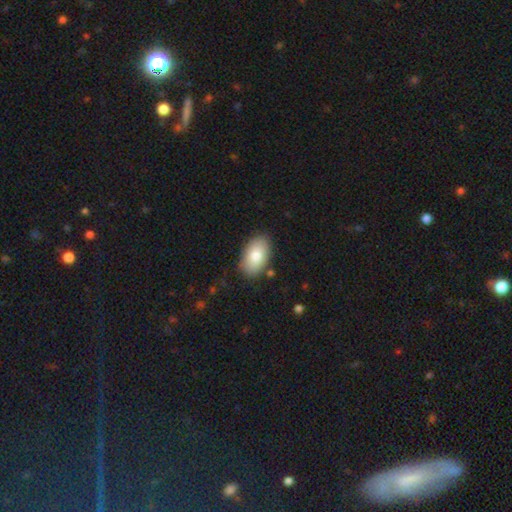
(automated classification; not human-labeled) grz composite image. It shows a smooth galaxy with no disk features (81%) that is in between round and cigar-shaped (94%). Merging: none (84%).